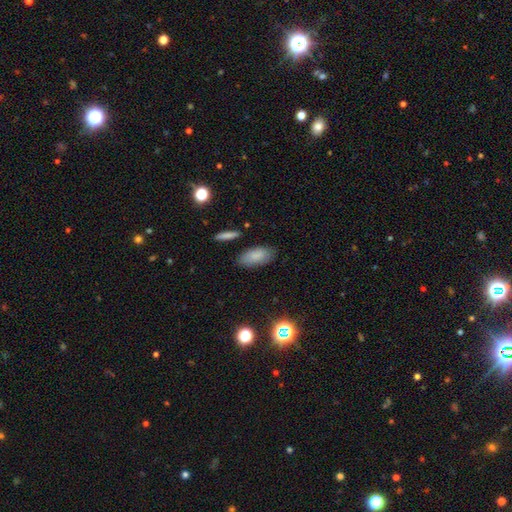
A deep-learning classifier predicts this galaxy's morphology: Smooth or featured: smooth — 84% (star or artifact — 8%)
How rounded: in between — 90% (cigar-shaped — 8%)
Merging: none — 82% (minor disturbance — 13%)